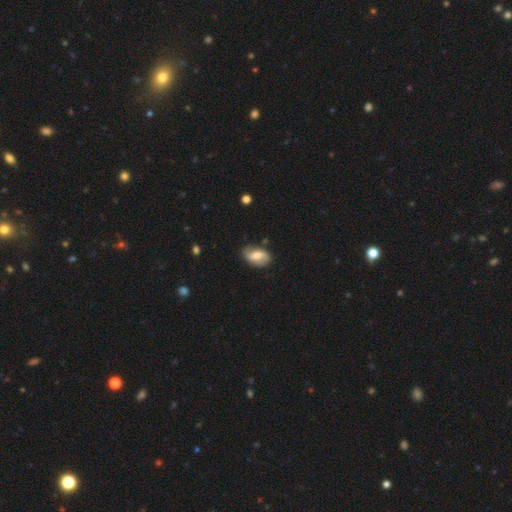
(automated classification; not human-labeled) A featured or disk galaxy (52%). Merging: none (76%).